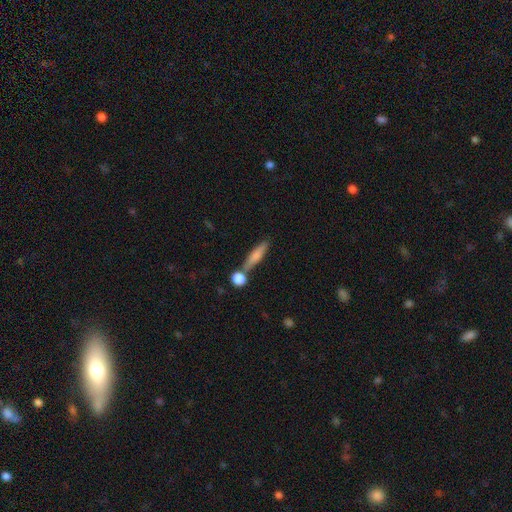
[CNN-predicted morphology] Overall: smooth (69%). How rounded: cigar-shaped (75%). Merging: none (62%).